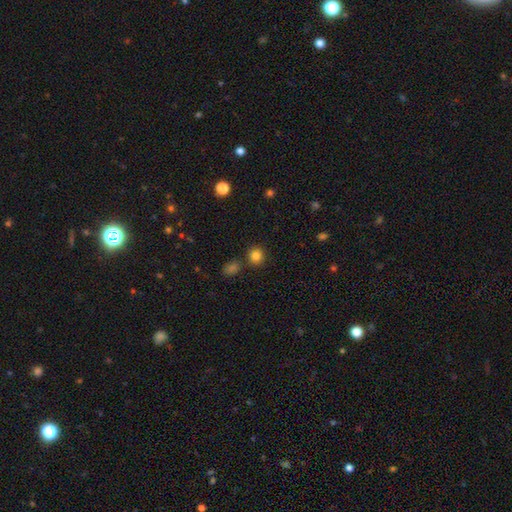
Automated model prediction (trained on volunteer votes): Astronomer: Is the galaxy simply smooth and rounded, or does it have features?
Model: smooth — 83%.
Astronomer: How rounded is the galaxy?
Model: round — 89%.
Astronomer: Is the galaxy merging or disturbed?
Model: none — 81%.